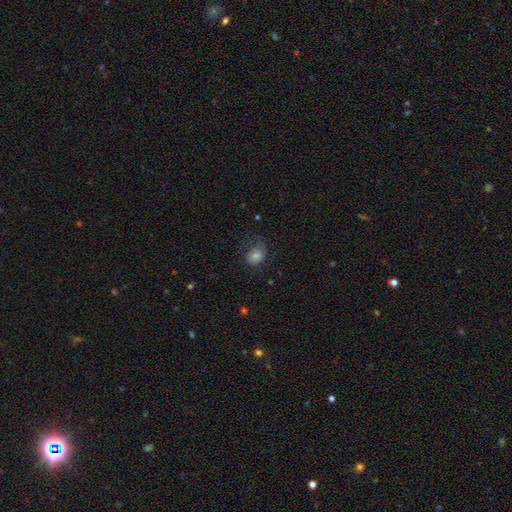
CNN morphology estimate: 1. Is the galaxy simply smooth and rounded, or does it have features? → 62% smooth, 22% featured or disk, 16% star or artifact.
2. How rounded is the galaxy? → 53% in between, 46% round, 1% cigar-shaped.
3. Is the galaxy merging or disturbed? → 61% none, 21% minor disturbance, 17% major disturbance, 1% merger.